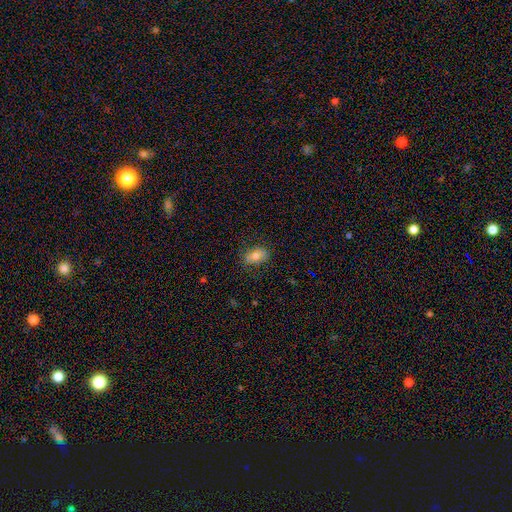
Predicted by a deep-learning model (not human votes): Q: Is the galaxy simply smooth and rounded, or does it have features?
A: smooth — 69%.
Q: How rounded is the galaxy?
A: in between — 83%.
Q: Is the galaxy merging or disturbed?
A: none — 79%.